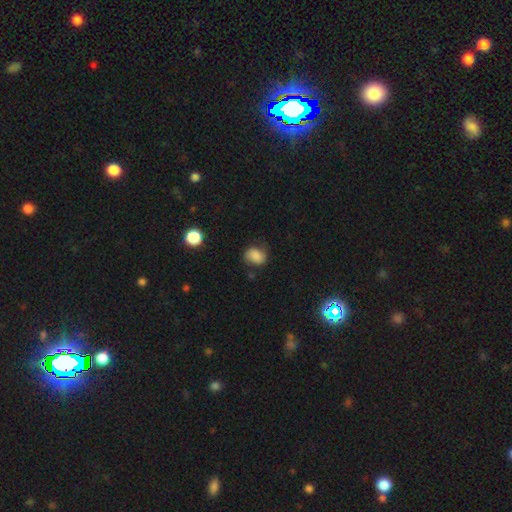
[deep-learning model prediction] This is likely a smooth galaxy (74%). How rounded: possibly in between (54%). Merging: likely none (67%).